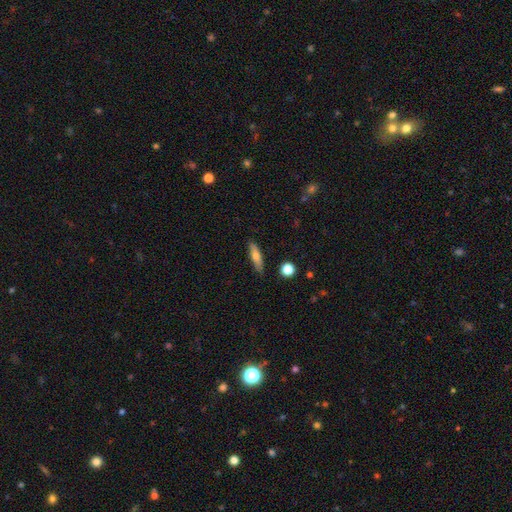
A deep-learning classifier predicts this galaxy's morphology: Smooth or featured?
  - smooth: 67% *
  - featured or disk: 26%
  - star or artifact: 7%
How rounded?
  - cigar-shaped: 74% *
  - in between: 23%
  - round: 3%
Merging?
  - none: 84% *
  - minor disturbance: 12%
  - major disturbance: 2%
  - merger: 2%